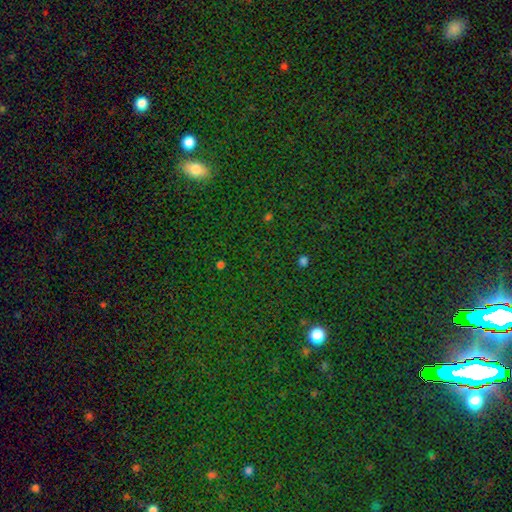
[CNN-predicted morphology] Smooth or featured?
  - star or artifact: 74% *
  - smooth: 18%
  - featured or disk: 8%